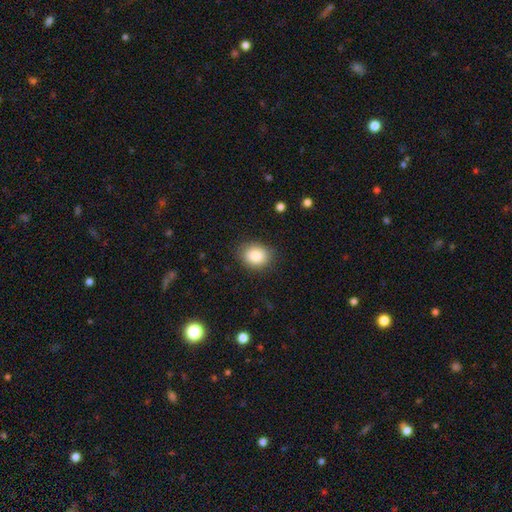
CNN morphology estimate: Smooth or featured? smooth (86%)
How rounded? round (50%)
Merging? none (84%)